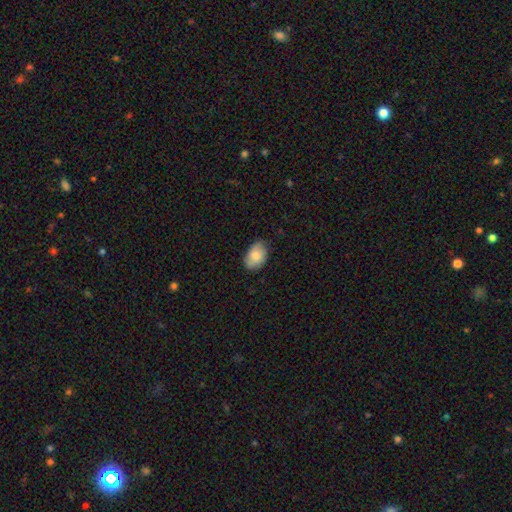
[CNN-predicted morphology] A smooth galaxy with no disk features (81%) that is in between round and cigar-shaped (85%).

Vote fractions:
- Smooth or featured? smooth: 81% / featured or disk: 12% / star or artifact: 7%
- How rounded? in between: 85% / round: 13% / cigar-shaped: 1%
- Merging? none: 76% / minor disturbance: 20% / major disturbance: 3% / merger: 1%